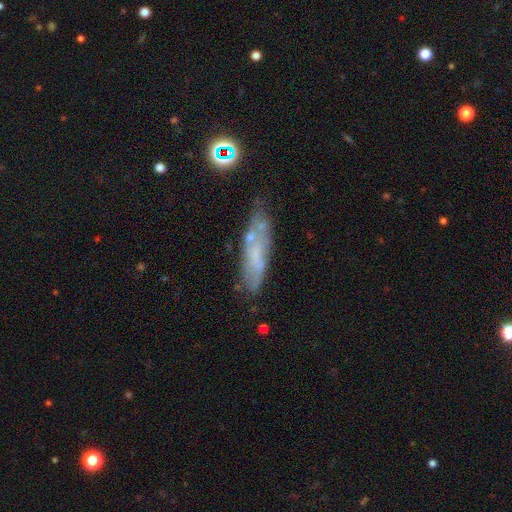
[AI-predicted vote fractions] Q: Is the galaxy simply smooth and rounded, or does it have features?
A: smooth — 47%.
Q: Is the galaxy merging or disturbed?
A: none — 58%.